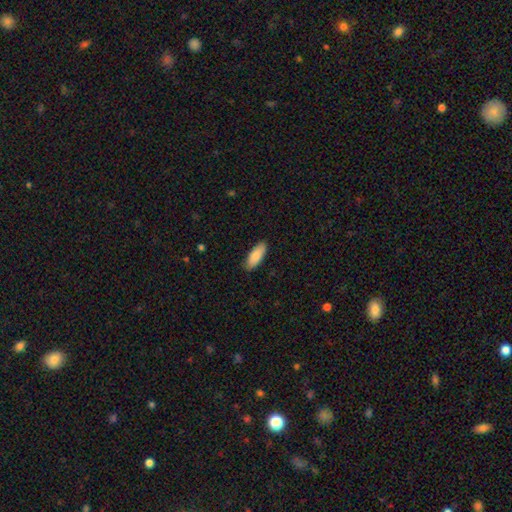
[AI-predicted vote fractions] Smooth or featured? Predicted: smooth (p=0.87). How rounded? Predicted: in between (p=0.77). Merging? Predicted: none (p=0.88).